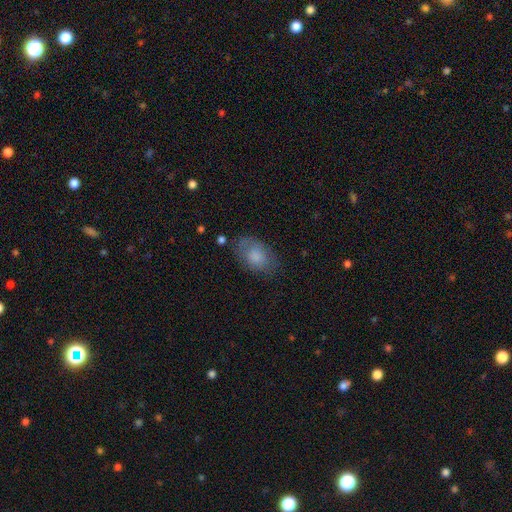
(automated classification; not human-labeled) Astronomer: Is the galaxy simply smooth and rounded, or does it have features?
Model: smooth — 75%.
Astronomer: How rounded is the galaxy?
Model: in between — 86%.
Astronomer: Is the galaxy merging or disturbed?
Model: none — 65%.